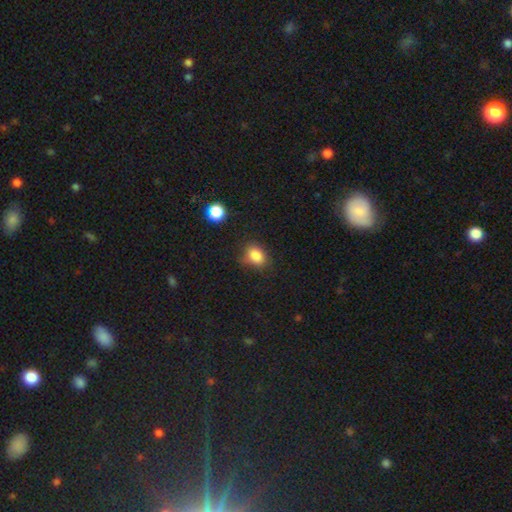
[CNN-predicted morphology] smooth_or_featured: smooth (p=0.84) [alt: star or artifact p=0.11]
how_rounded: in between (p=0.68) [alt: round p=0.30]
merging: none (p=0.71) [alt: minor disturbance p=0.21]